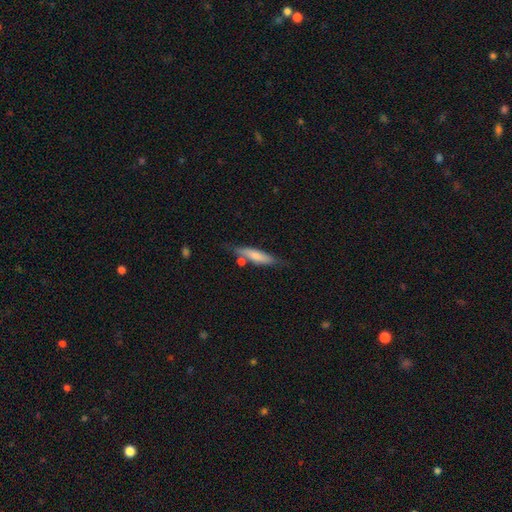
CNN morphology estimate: Q: Smooth or featured?
A: smooth (69%); runner-up: featured or disk (25%)
Q: How rounded?
A: cigar-shaped (75%); runner-up: in between (23%)
Q: Merging?
A: none (62%); runner-up: minor disturbance (20%)